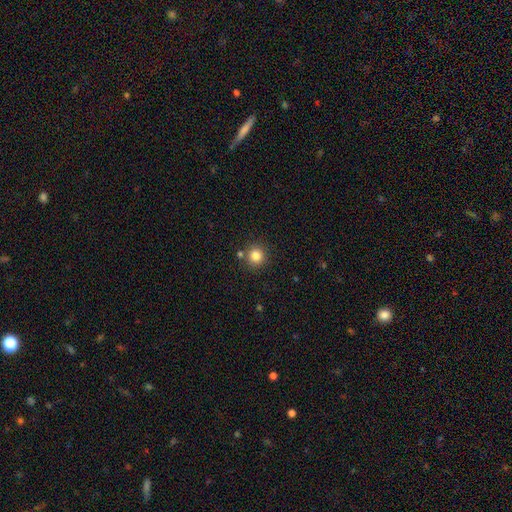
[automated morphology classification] smooth-or-featured: smooth: 82% | star or artifact: 12% | featured or disk: 6%
  how-rounded: round: 94% | in between: 5% | cigar-shaped: 1%
  merging: none: 82% | merger: 8% | minor disturbance: 7% | major disturbance: 2%